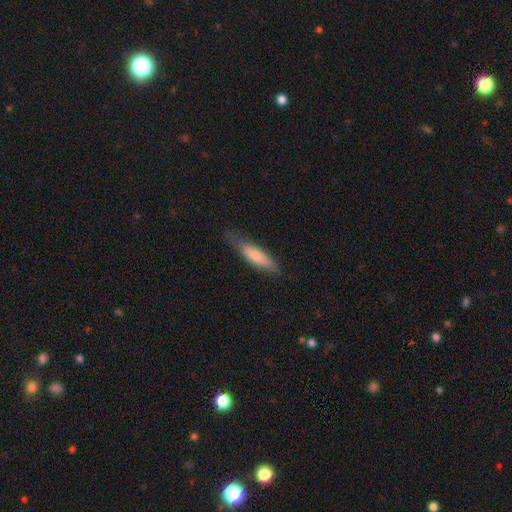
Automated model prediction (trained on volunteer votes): A smooth galaxy with no disk features (74%) that is cigar-shaped (63%). Merging: none (69%).